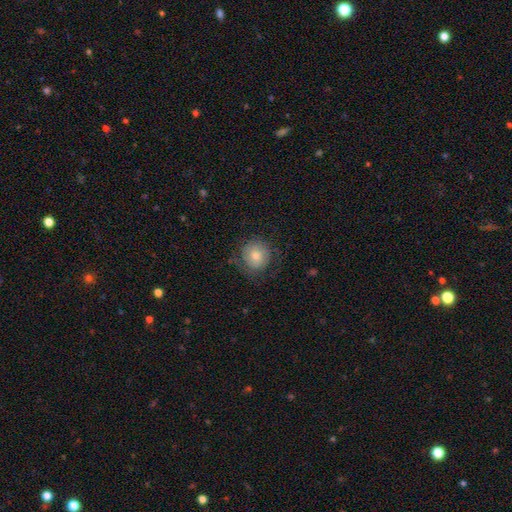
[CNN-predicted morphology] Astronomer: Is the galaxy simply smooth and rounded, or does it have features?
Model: smooth — 64%.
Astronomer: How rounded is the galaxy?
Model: round — 84%.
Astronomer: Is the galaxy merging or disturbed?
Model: none — 69%.